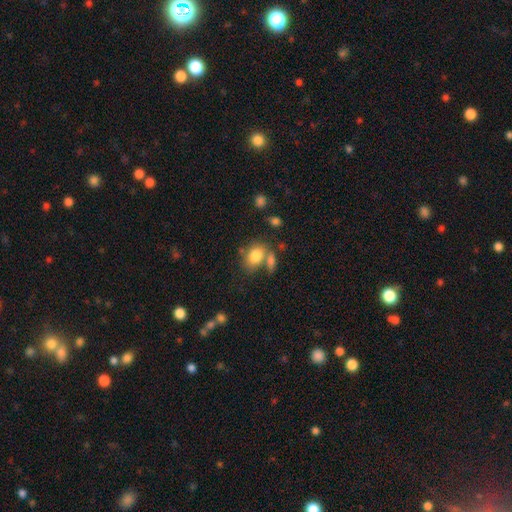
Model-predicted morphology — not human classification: smooth_or_featured: smooth (p=0.80) [alt: featured or disk p=0.11]
how_rounded: in between (p=0.74) [alt: round p=0.24]
merging: none (p=0.48) [alt: merger p=0.30]